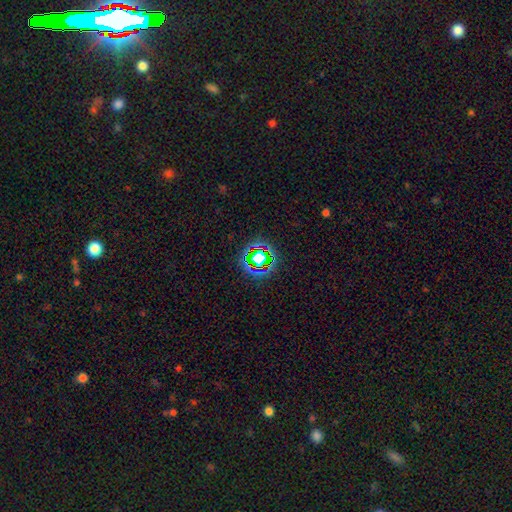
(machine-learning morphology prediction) Smooth or featured? Predicted: star or artifact (p=0.62).